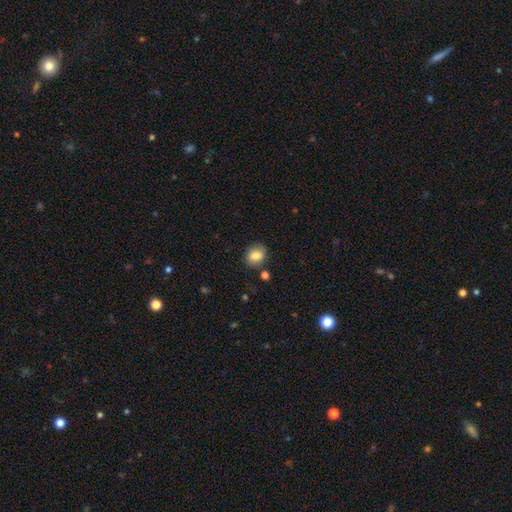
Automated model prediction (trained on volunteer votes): Smooth or featured? Predicted: smooth (p=0.83). How rounded? Predicted: round (p=0.56). Merging? Predicted: none (p=0.77).